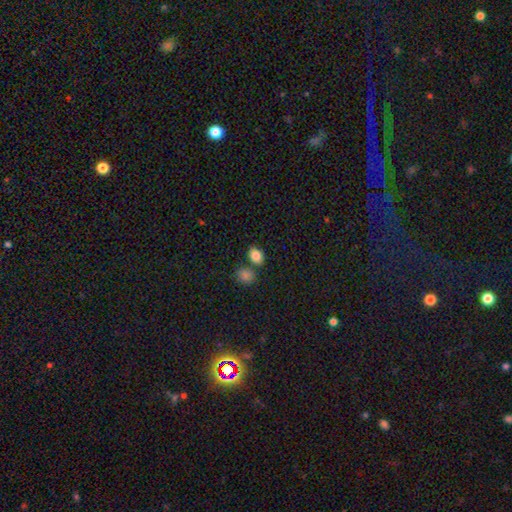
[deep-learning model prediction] A smooth galaxy with no disk features (85%) that is in between round and cigar-shaped (69%). Merging: none (68%).